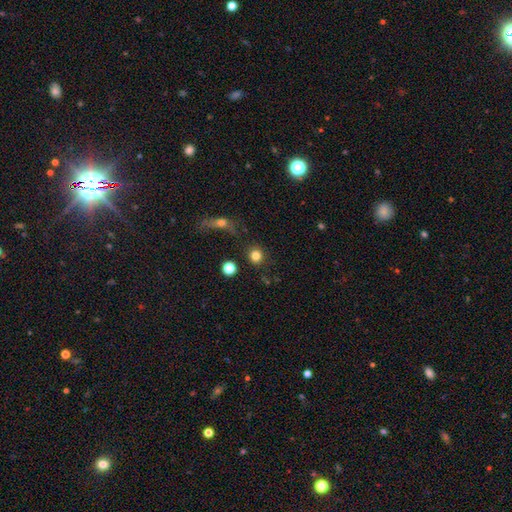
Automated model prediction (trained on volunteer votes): The model was most divided on "smooth or featured": smooth: 82%, star or artifact: 12%, featured or disk: 6%. More confident: how rounded — round (87%); merging — none (83%).